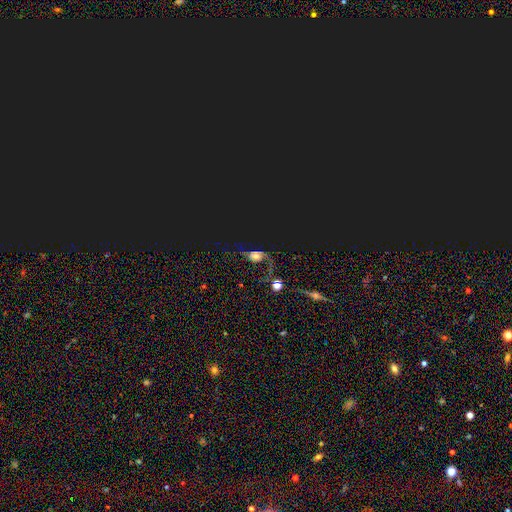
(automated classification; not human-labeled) A featured or disk galaxy (41%).

Vote fractions:
- Smooth or featured? featured or disk: 41% / star or artifact: 32% / smooth: 27%
- Merging? none: 42% / major disturbance: 32% / minor disturbance: 18% / merger: 8%